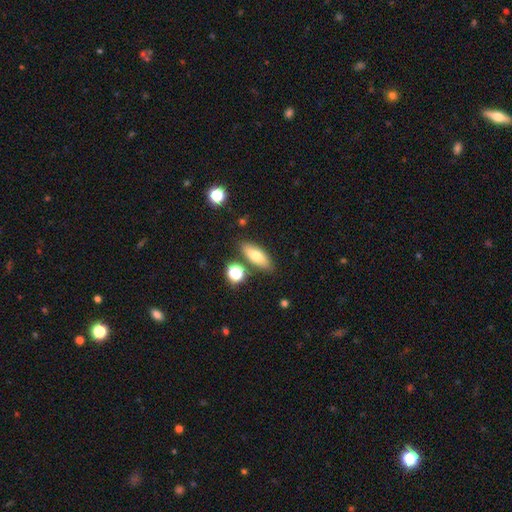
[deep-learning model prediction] Smooth or featured? smooth (70%)
How rounded? in between (69%)
Merging? none (79%)